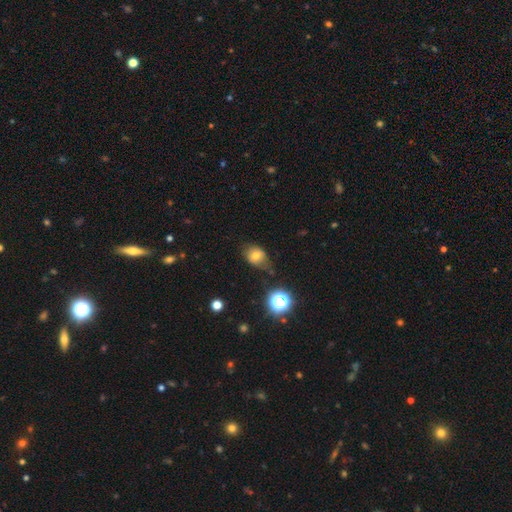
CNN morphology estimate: Overall: smooth (71%). How rounded: in between (55%; round 44%). Merging: none (57%; minor disturbance 31%).